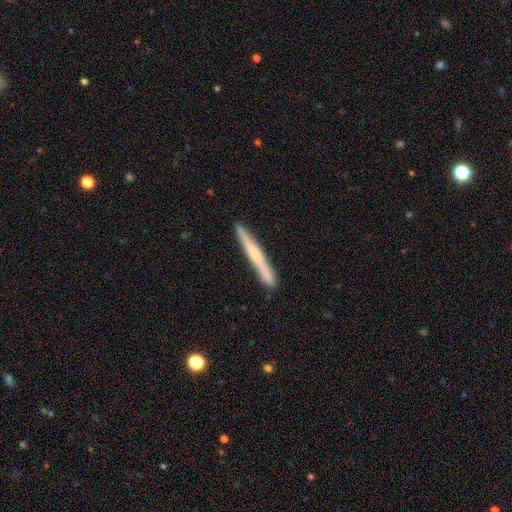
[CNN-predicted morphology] Smooth or featured?
  - featured or disk: 52% *
  - smooth: 42%
  - star or artifact: 6%
Edge-on disk?
  - yes: 97% *
  - no: 3%
Edge-on bulge?
  - none: 48% *
  - rounded: 39%
  - boxy: 13%
Merging?
  - none: 90% *
  - minor disturbance: 8%
  - merger: 1%
  - major disturbance: 1%